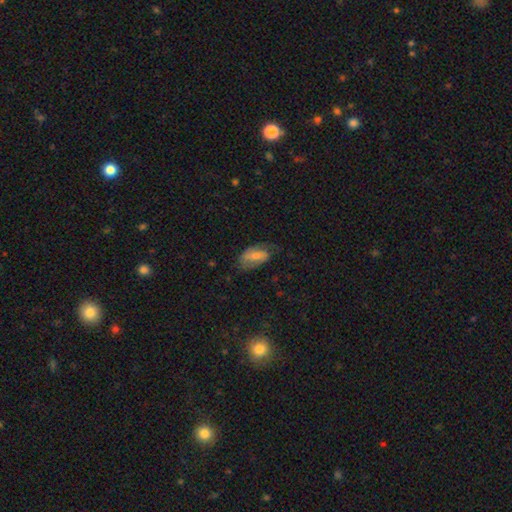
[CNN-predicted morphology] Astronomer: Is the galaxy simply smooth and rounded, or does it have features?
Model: smooth — 50% (runner-up: featured or disk, 42%).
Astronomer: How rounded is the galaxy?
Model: in between — 90%.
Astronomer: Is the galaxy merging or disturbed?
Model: none — 57%.